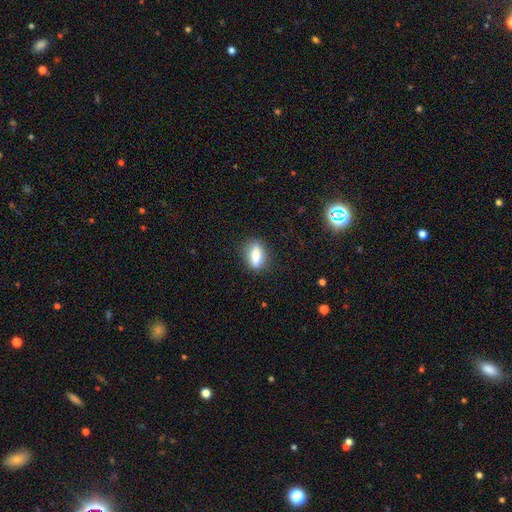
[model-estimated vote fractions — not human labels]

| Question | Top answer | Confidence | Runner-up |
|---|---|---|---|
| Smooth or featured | smooth | 75% | featured or disk (17%) |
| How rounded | in between | 71% | cigar-shaped (20%) |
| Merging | none | 84% | minor disturbance (12%) |